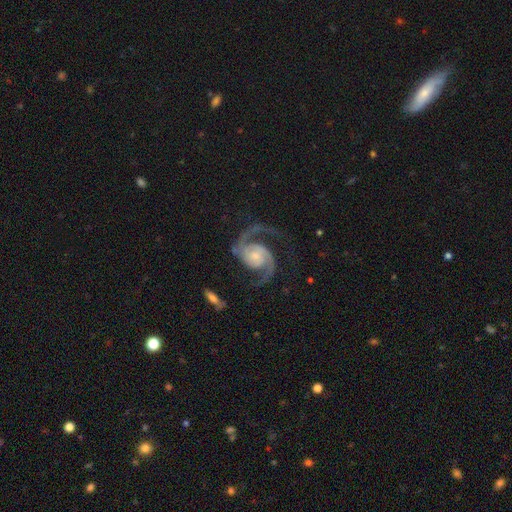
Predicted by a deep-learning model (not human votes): Morphology: type=featured or disk (94%); edge-on=no (98%); bar=no (68%); spiral arms=yes (99%); winding=medium (59%); arm count=2 (94%); bulge=small (60%); merging=none (75%).